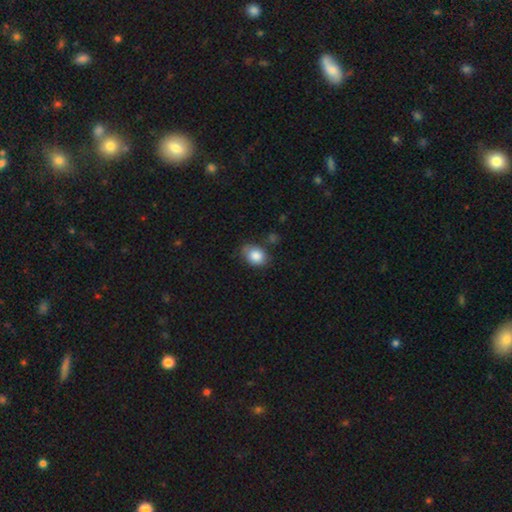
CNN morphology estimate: Overall: smooth (85%). How rounded: in between (61%; round 38%). Merging: none (67%).